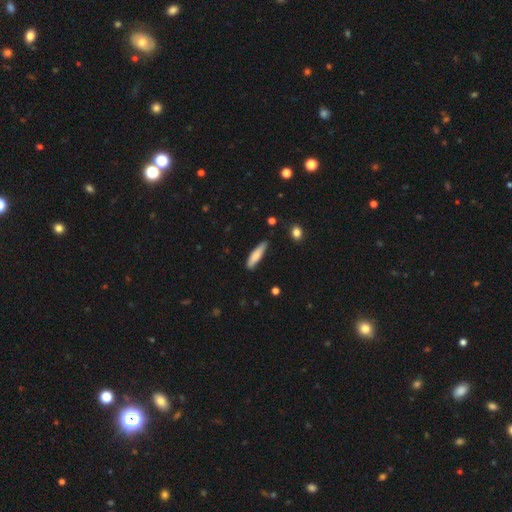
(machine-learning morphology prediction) Smooth or featured? Predicted: smooth (p=0.77). How rounded? Predicted: cigar-shaped (p=0.76). Merging? Predicted: none (p=0.77).